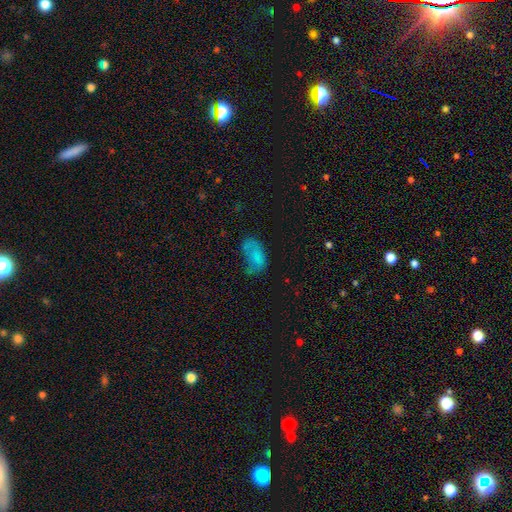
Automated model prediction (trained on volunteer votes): smooth_or_featured: smooth (p=0.65) [alt: featured or disk p=0.23]
how_rounded: in between (p=0.92) [alt: round p=0.06]
merging: major disturbance (p=0.35) [alt: none p=0.29]